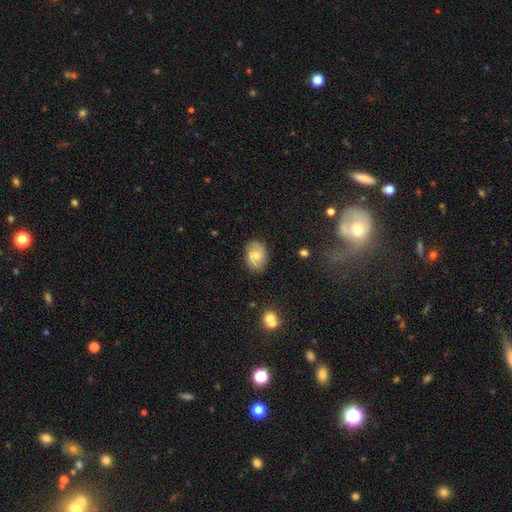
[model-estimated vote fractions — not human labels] A smooth galaxy with no disk features (53%) that is in between round and cigar-shaped (70%).

Vote fractions:
- Smooth or featured? smooth: 53% / featured or disk: 39% / star or artifact: 8%
- How rounded? in between: 70% / round: 29% / cigar-shaped: 1%
- Merging? none: 81% / minor disturbance: 14% / major disturbance: 3% / merger: 1%